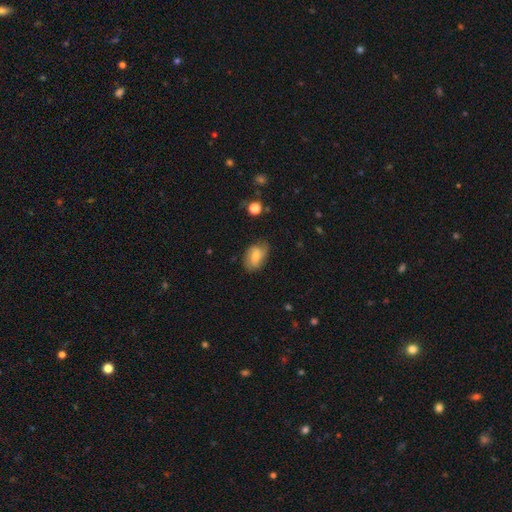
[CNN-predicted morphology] Smooth or featured?
  - smooth: 57% *
  - featured or disk: 35%
  - star or artifact: 8%
How rounded?
  - in between: 85% *
  - round: 14%
  - cigar-shaped: 2%
Merging?
  - none: 70% *
  - minor disturbance: 23%
  - major disturbance: 6%
  - merger: 1%